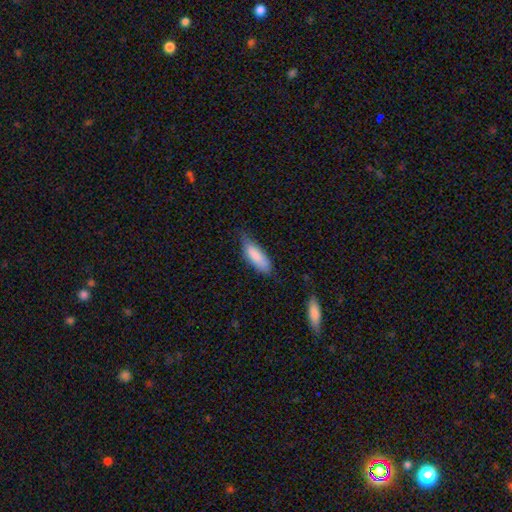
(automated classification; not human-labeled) Smooth or featured? Predicted: smooth (p=0.84). How rounded? Predicted: in between (p=0.58). Merging? Predicted: none (p=0.61).